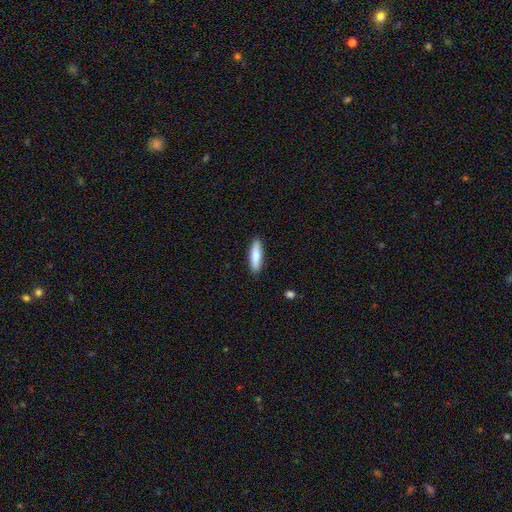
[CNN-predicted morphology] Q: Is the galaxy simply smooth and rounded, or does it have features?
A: smooth — 81%.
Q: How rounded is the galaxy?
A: cigar-shaped — 63%.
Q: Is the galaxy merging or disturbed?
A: none — 89%.